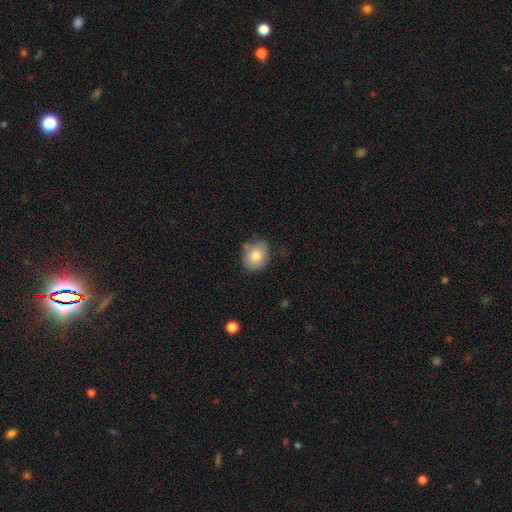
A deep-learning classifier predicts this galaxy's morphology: This appears to be a smooth galaxy with no disk features (82%) that is round (61%). Merging: none (68%).